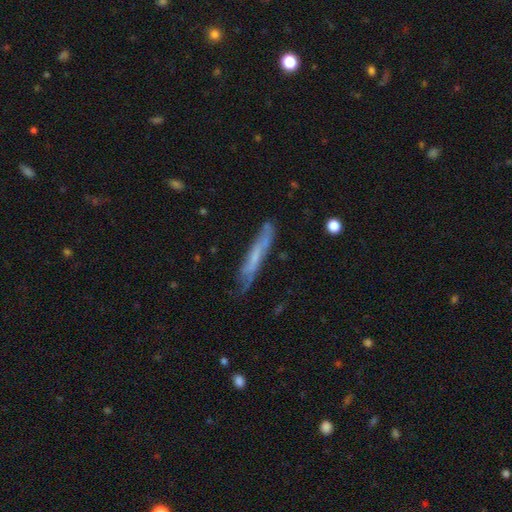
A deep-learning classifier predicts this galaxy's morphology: Smooth or featured? Predicted: featured or disk (p=0.52). Edge-on disk? Predicted: yes (p=0.73). Merging? Predicted: none (p=0.70).